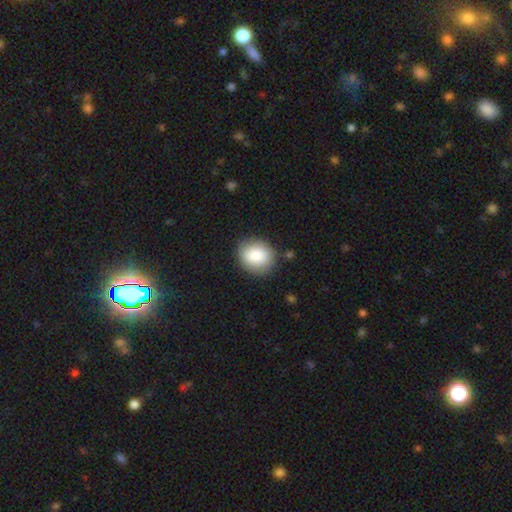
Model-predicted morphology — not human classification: type=smooth (84%); roundness=round (66%); merging=none (82%).